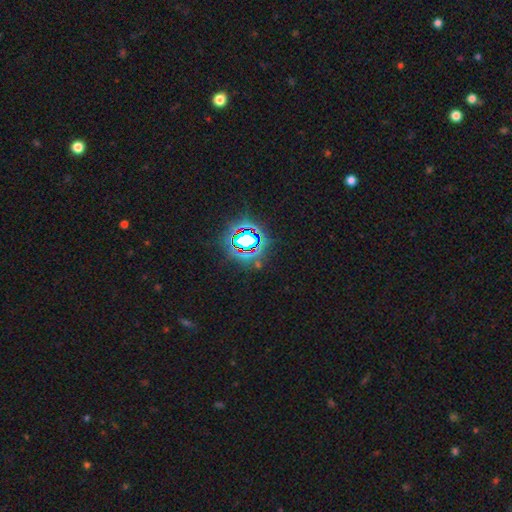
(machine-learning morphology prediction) smooth-or-featured: star or artifact: 81% | smooth: 11% | featured or disk: 7%